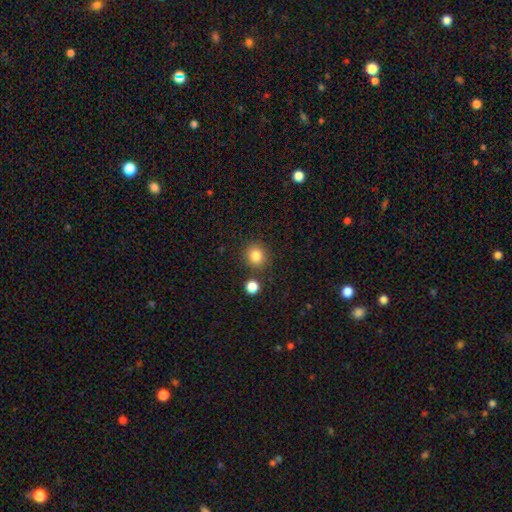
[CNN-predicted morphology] A smooth galaxy with no disk features (84%) that is round (88%). Merging: none (84%).